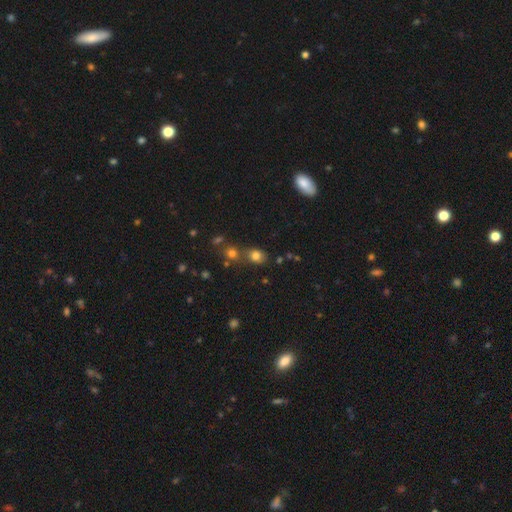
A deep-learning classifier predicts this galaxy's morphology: Smooth or featured? smooth (77%)
How rounded? round (51%)
Merging? none (55%)